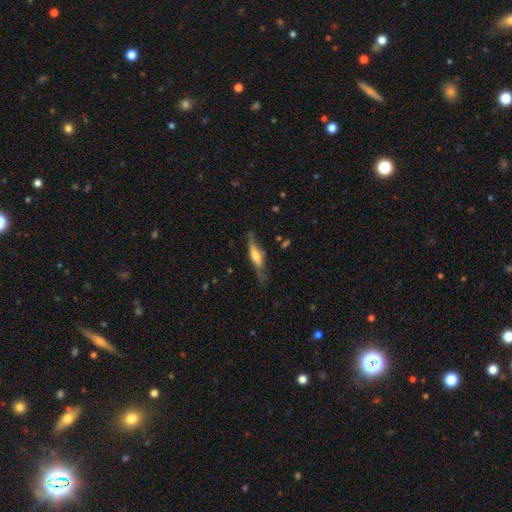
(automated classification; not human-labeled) Smooth or featured?
  - featured or disk: 55% *
  - smooth: 38%
  - star or artifact: 6%
Edge-on disk?
  - yes: 84% *
  - no: 16%
Merging?
  - none: 64% *
  - minor disturbance: 24%
  - major disturbance: 10%
  - merger: 3%